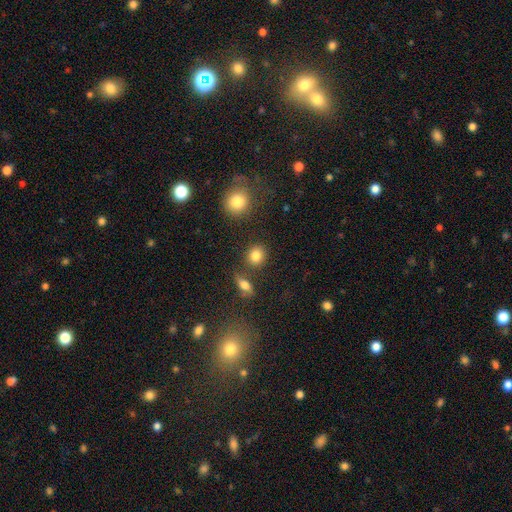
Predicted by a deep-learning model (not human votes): A smooth galaxy with no disk features (84%) that is round (74%).

Vote fractions:
- Smooth or featured? smooth: 84% / star or artifact: 10% / featured or disk: 6%
- How rounded? round: 74% / in between: 25% / cigar-shaped: 1%
- Merging? none: 80% / minor disturbance: 9% / merger: 8% / major disturbance: 3%